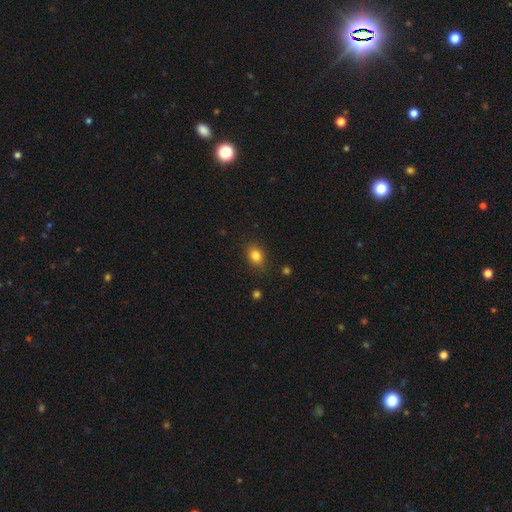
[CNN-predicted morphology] This is clearly a smooth galaxy (83%). How rounded: likely in between (64%). Merging: clearly none (84%).